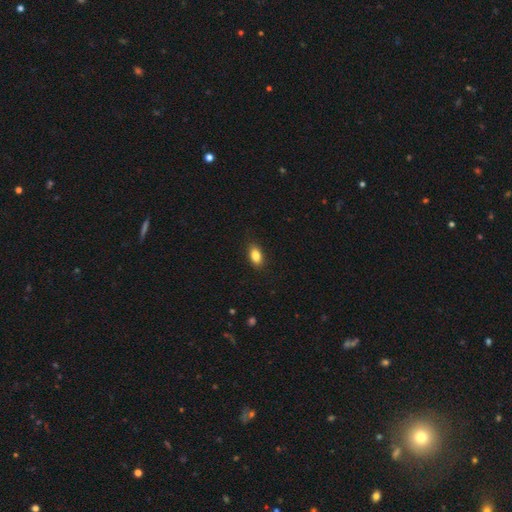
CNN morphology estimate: smooth-or-featured: smooth: 85% | star or artifact: 8% | featured or disk: 7%
  how-rounded: in between: 89% | round: 8% | cigar-shaped: 4%
  merging: none: 87% | minor disturbance: 10% | major disturbance: 2% | merger: 1%